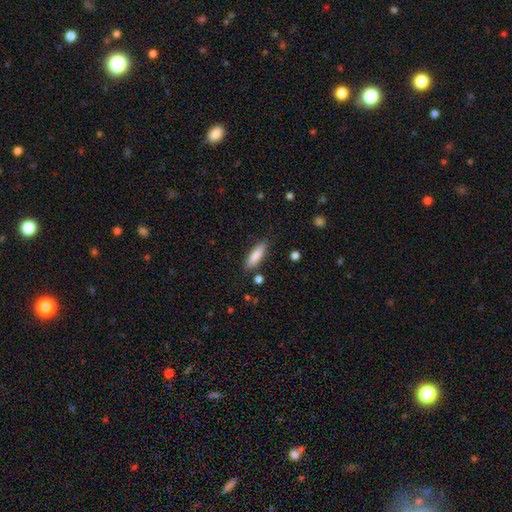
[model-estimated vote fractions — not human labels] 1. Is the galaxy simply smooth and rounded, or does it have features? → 83% smooth, 11% featured or disk, 6% star or artifact.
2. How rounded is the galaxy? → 56% cigar-shaped, 43% in between, 2% round.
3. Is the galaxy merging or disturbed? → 84% none, 11% minor disturbance, 3% major disturbance, 2% merger.